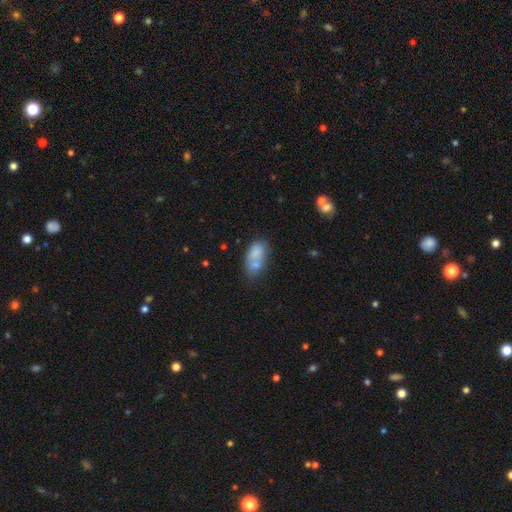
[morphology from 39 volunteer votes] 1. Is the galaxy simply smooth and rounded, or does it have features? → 82% smooth, 15% featured or disk, 3% star or artifact.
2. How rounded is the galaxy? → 81% in between, 12% round, 6% cigar-shaped.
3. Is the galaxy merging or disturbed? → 50% merger, 37% none, 8% major disturbance, 5% minor disturbance.